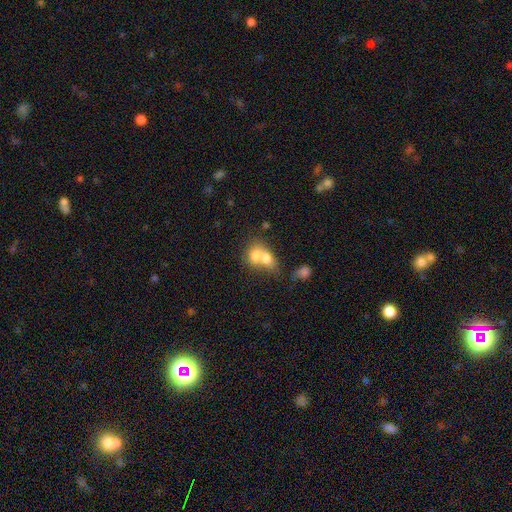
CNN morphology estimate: Q: Smooth or featured?
A: smooth (71%); runner-up: featured or disk (21%)
Q: How rounded?
A: in between (55%); runner-up: round (43%)
Q: Merging?
A: merger (75%); runner-up: none (16%)